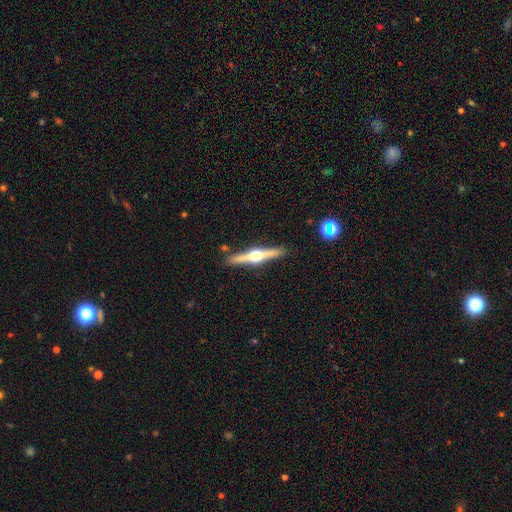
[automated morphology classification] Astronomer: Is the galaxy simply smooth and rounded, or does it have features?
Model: featured or disk — 78%.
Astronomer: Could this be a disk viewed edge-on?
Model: yes — 98%.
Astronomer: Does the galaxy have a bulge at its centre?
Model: rounded — 96%.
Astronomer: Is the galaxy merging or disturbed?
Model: none — 89%.